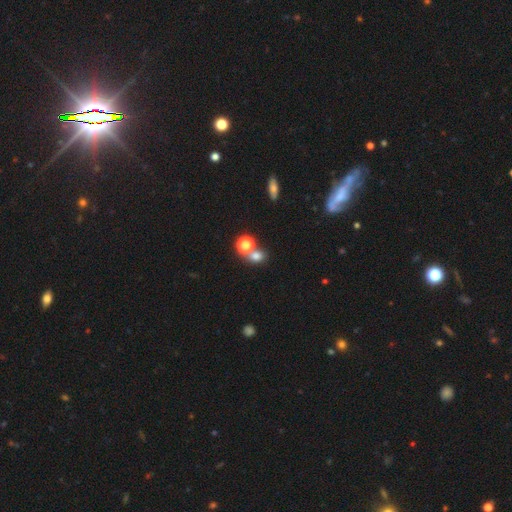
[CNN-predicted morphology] A smooth galaxy with no disk features (73%) that is round (60%). Merging: none (49%).